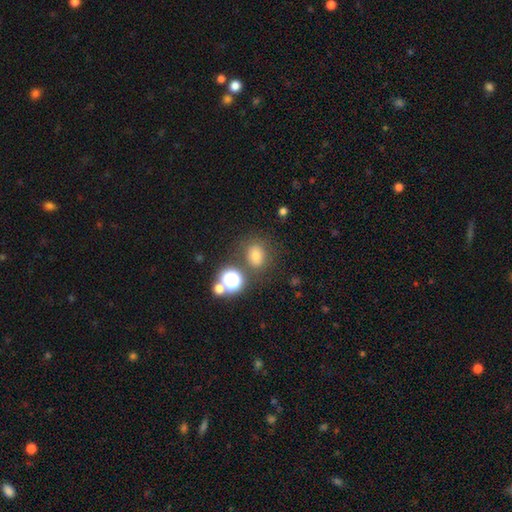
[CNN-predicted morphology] Q: Smooth or featured?
A: smooth (68%); runner-up: star or artifact (21%)
Q: How rounded?
A: round (67%); runner-up: in between (32%)
Q: Merging?
A: none (73%); runner-up: minor disturbance (13%)